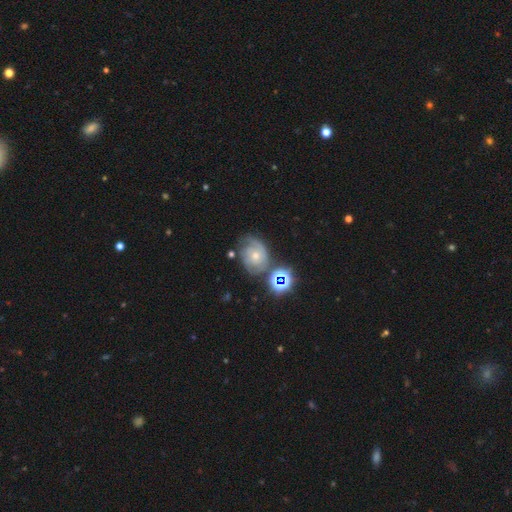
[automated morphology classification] A featured or disk galaxy (67%) with no bar (75%), 2 (31%) tight (67%) spiral arms (93%) and a small central bulge (55%).

Vote fractions:
- Smooth or featured? featured or disk: 67% / star or artifact: 19% / smooth: 13%
- Edge-on disk? no: 97% / yes: 3%
- Bar? no: 75% / weak: 20% / strong: 6%
- Spiral arms? yes: 93% / no: 7%
- Spiral winding? tight: 67% / medium: 27% / loose: 6%
- Spiral arm count? 2: 31% / can't tell: 29% / 3: 22% / 1: 7% / 4: 6% / more than 4: 5%
- Bulge size? small: 55% / moderate: 41% / large: 2% / none: 2% / dominant: 1%
- Merging? none: 64% / minor disturbance: 18% / merger: 9% / major disturbance: 9%